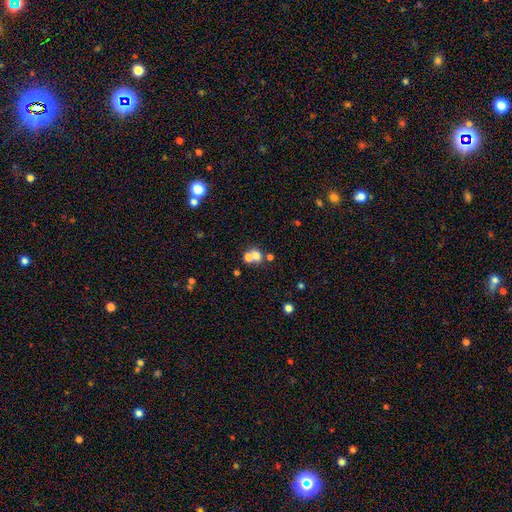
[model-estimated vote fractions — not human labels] A smooth galaxy with no disk features (65%) that is round (72%).

Vote fractions:
- Smooth or featured? smooth: 65% / featured or disk: 19% / star or artifact: 17%
- How rounded? round: 72% / in between: 27% / cigar-shaped: 1%
- Merging? merger: 54% / none: 35% / minor disturbance: 6% / major disturbance: 4%